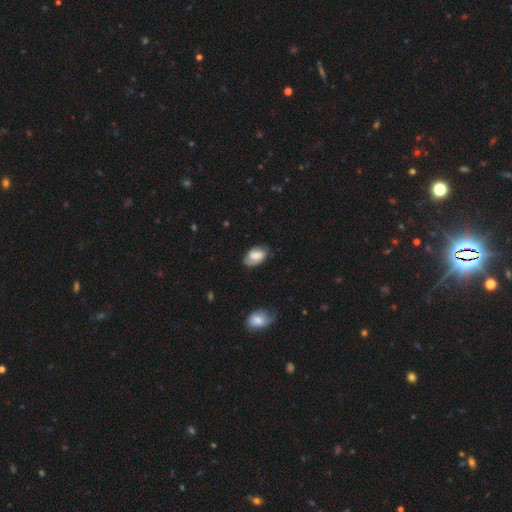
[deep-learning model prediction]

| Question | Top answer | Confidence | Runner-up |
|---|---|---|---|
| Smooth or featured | featured or disk | 48% | smooth (44%) |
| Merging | none | 69% | minor disturbance (22%) |